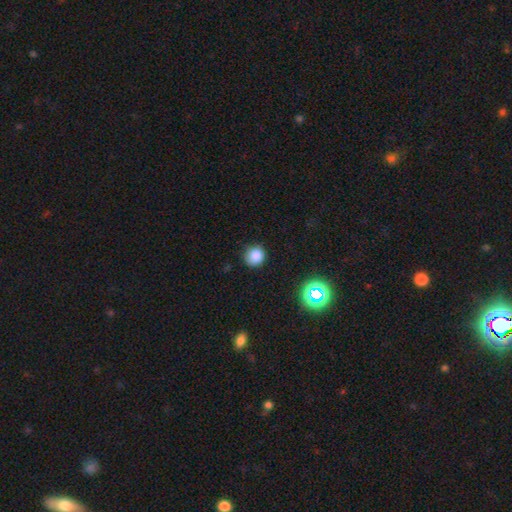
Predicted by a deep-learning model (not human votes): Q: Smooth or featured?
A: smooth (81%); runner-up: star or artifact (14%)
Q: How rounded?
A: round (90%); runner-up: in between (9%)
Q: Merging?
A: none (84%); runner-up: minor disturbance (12%)